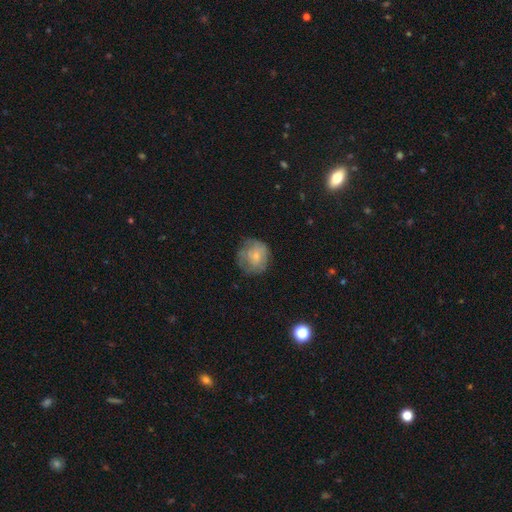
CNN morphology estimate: smooth-or-featured: smooth: 57% | featured or disk: 35% | star or artifact: 8%
  how-rounded: round: 84% | in between: 15% | cigar-shaped: 1%
  merging: none: 62% | minor disturbance: 24% | major disturbance: 12% | merger: 2%